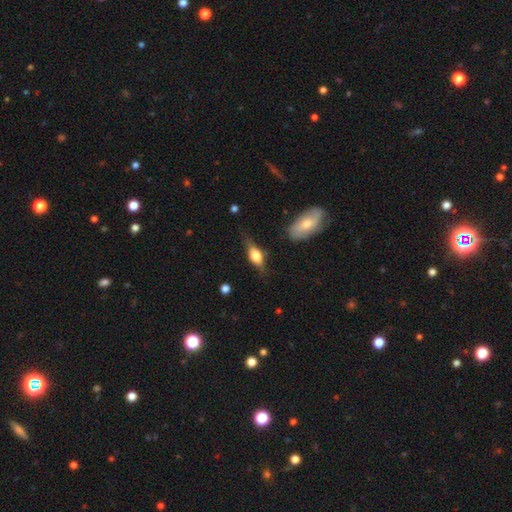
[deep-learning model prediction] Q: Smooth or featured?
A: smooth (52%); runner-up: featured or disk (41%)
Q: How rounded?
A: in between (69%); runner-up: cigar-shaped (25%)
Q: Merging?
A: none (66%); runner-up: minor disturbance (24%)